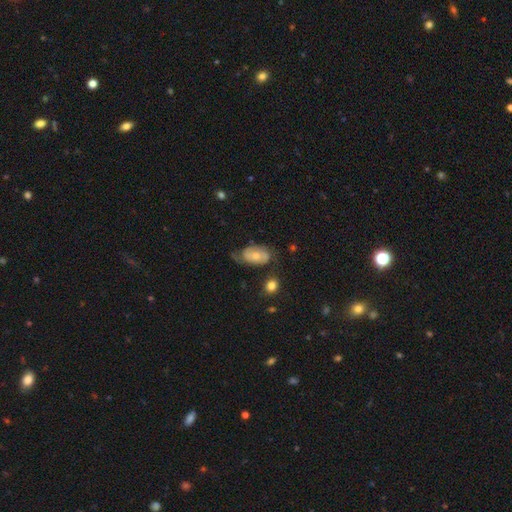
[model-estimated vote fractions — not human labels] This appears to be a featured or disk galaxy (47%). Merging: none (43%).